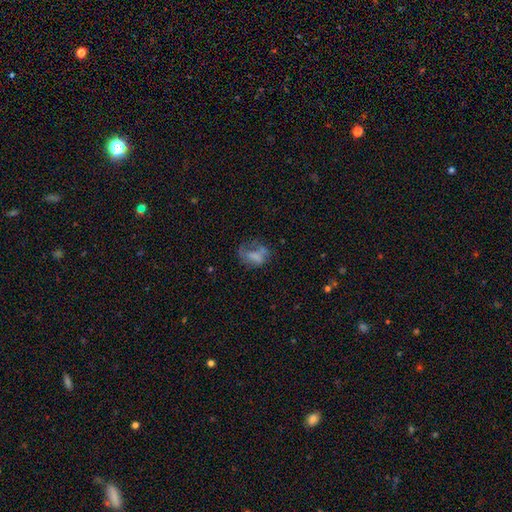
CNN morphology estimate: This is possibly a smooth galaxy (50%). Merging: marginally major disturbance (40%).